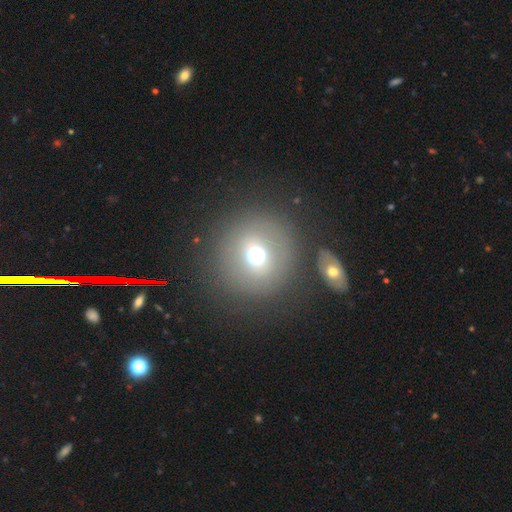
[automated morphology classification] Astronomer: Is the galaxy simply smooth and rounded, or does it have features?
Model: smooth — 64%.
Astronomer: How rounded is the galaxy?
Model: round — 93%.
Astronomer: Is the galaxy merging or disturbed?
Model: none — 78%.